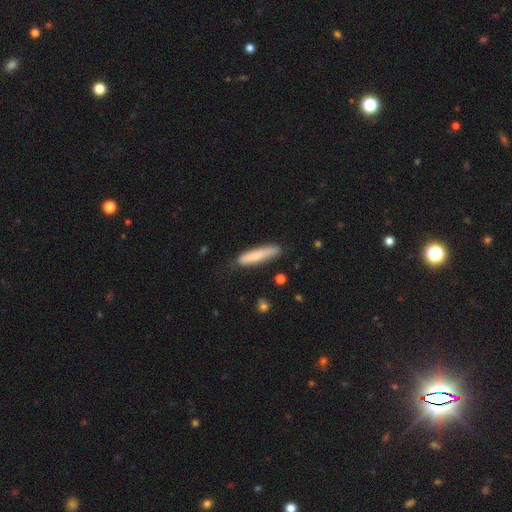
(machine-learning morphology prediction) This is likely a smooth galaxy (76%). How rounded: clearly cigar-shaped (86%). Merging: likely none (78%).